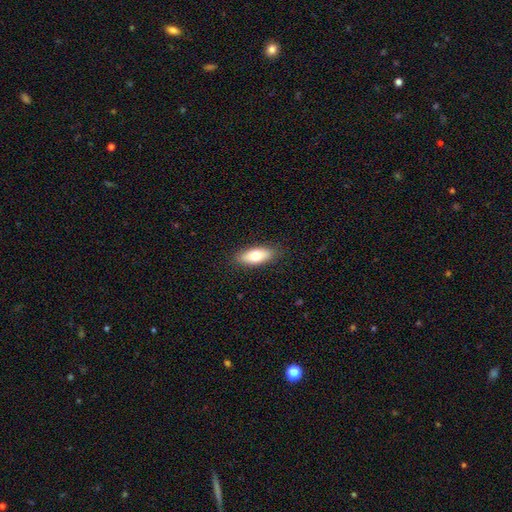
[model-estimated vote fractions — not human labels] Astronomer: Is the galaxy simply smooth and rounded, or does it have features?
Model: smooth — 74%.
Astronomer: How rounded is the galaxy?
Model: in between — 78%.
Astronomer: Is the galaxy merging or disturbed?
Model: none — 87%.